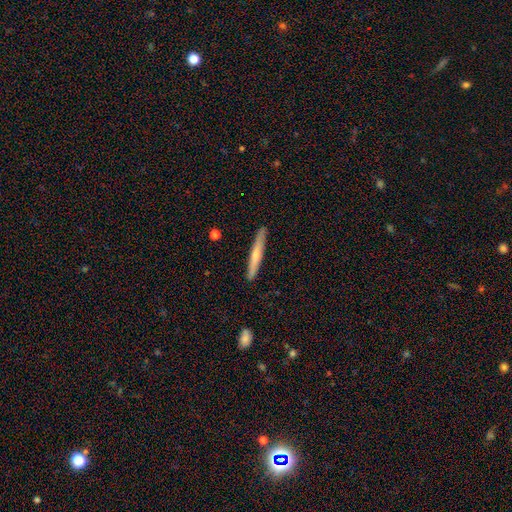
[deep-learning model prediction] Smooth or featured? Predicted: smooth (p=0.54). How rounded? Predicted: cigar-shaped (p=0.96). Merging? Predicted: none (p=0.89).